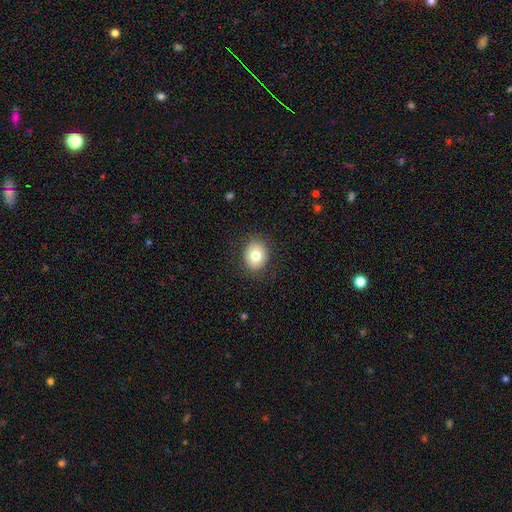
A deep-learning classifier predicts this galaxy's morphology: The model was most divided on "how rounded": round: 50%, in between: 49%, cigar-shaped: 1%. More confident: merging — none (87%); smooth or featured — smooth (79%).